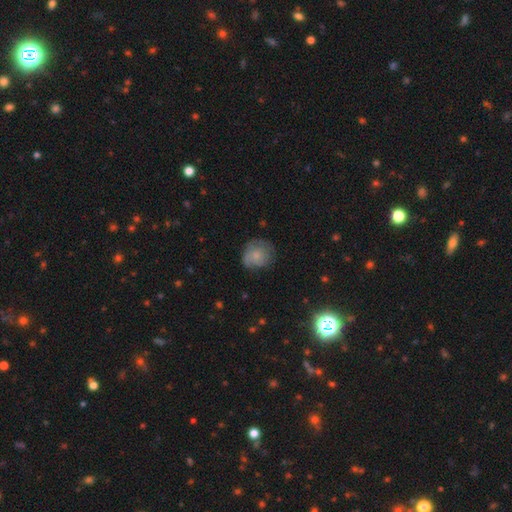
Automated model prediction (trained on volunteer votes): Smooth or featured?
  - smooth: 60% *
  - featured or disk: 32%
  - star or artifact: 9%
How rounded?
  - round: 78% *
  - in between: 21%
  - cigar-shaped: 1%
Merging?
  - none: 64% *
  - minor disturbance: 24%
  - major disturbance: 10%
  - merger: 1%